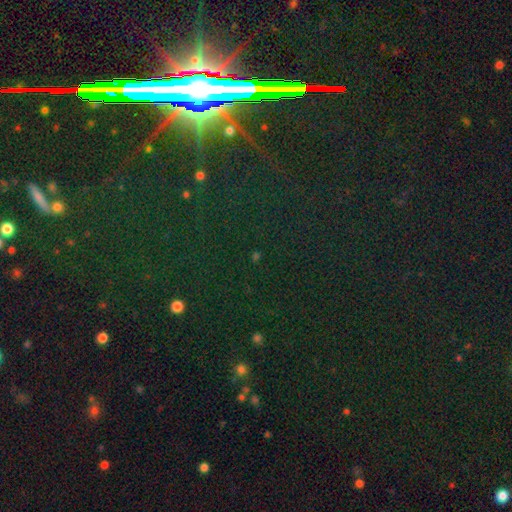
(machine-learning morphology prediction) This is likely a star or artifact rather than a galaxy (79%).